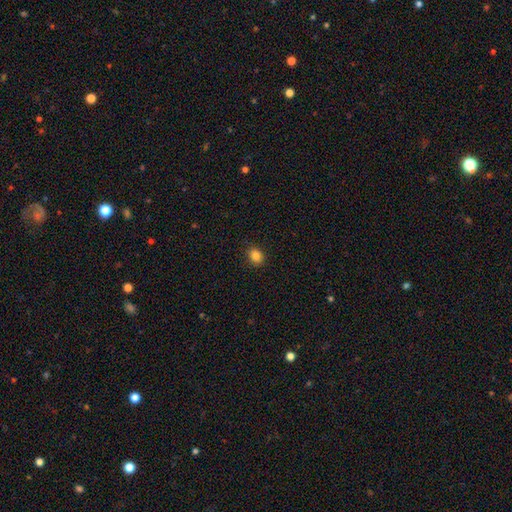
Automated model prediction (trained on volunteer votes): The model was most divided on "how rounded": round: 53%, in between: 46%, cigar-shaped: 1%. More confident: merging — none (88%); smooth or featured — smooth (84%).